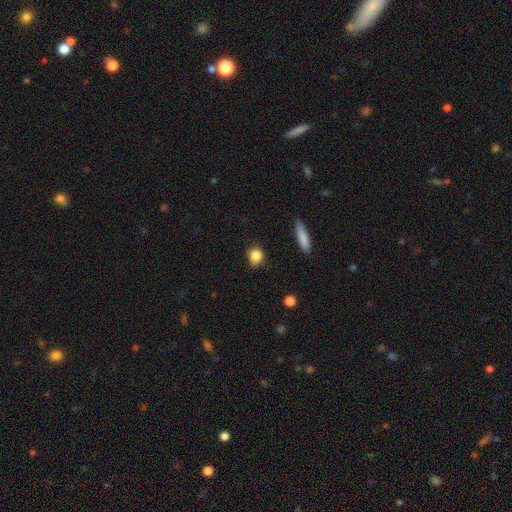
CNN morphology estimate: This appears to be a smooth galaxy with no disk features (85%) that is round (73%). Merging: none (83%).